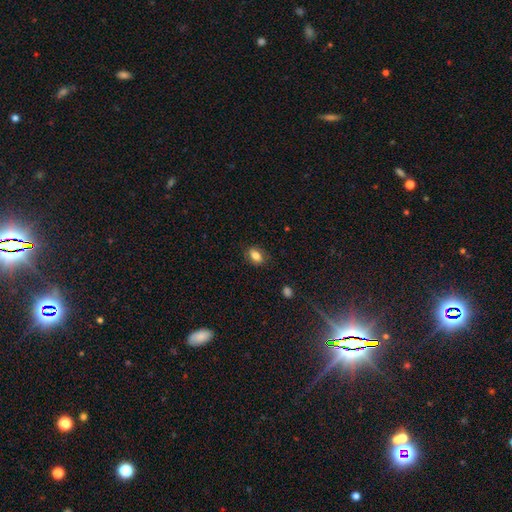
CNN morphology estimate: This is clearly a smooth galaxy (80%). How rounded: clearly in between (82%). Merging: clearly none (83%).